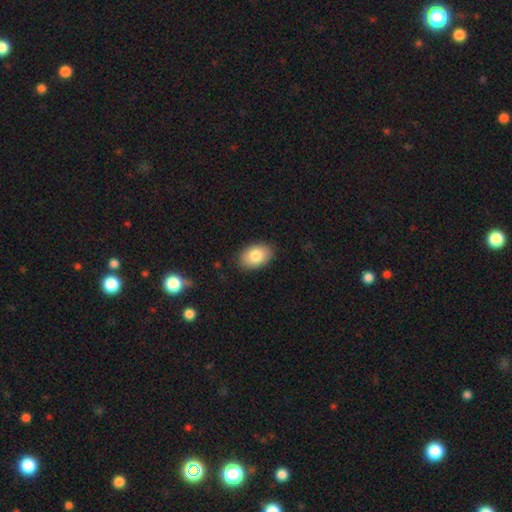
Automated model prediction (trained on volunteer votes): Smooth or featured? Predicted: smooth (p=0.82). How rounded? Predicted: in between (p=0.90). Merging? Predicted: none (p=0.87).